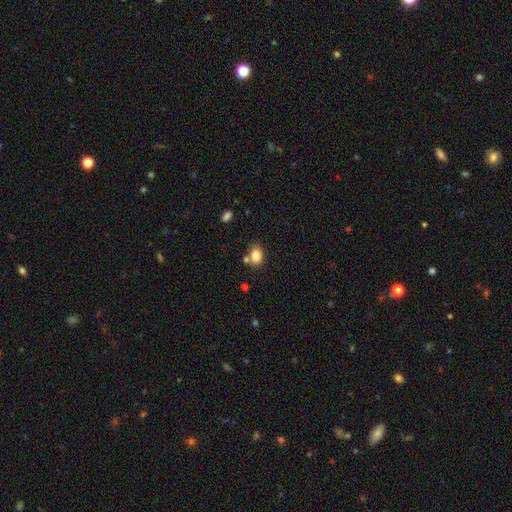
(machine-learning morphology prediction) Smooth or featured?
  - smooth: 83% *
  - star or artifact: 10%
  - featured or disk: 7%
How rounded?
  - in between: 64% *
  - round: 35%
  - cigar-shaped: 1%
Merging?
  - none: 63% *
  - merger: 18%
  - minor disturbance: 15%
  - major disturbance: 4%